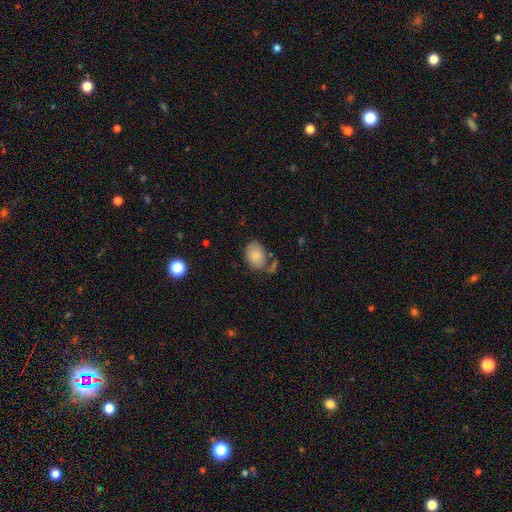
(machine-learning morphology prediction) This appears to be a smooth galaxy with no disk features (83%) that is in between round and cigar-shaped (78%). Merging: none (57%).